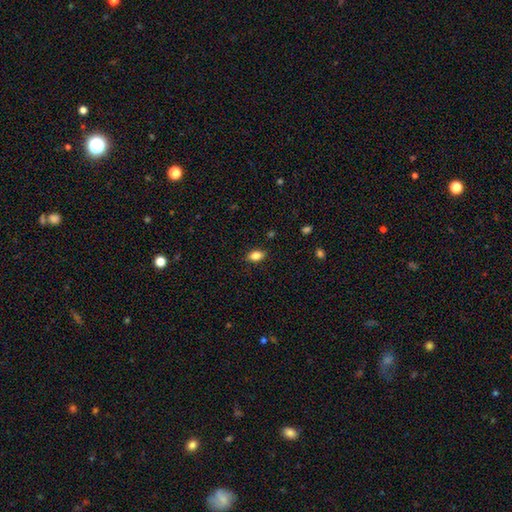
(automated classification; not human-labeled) Smooth or featured? smooth (83%)
How rounded? in between (87%)
Merging? none (86%)